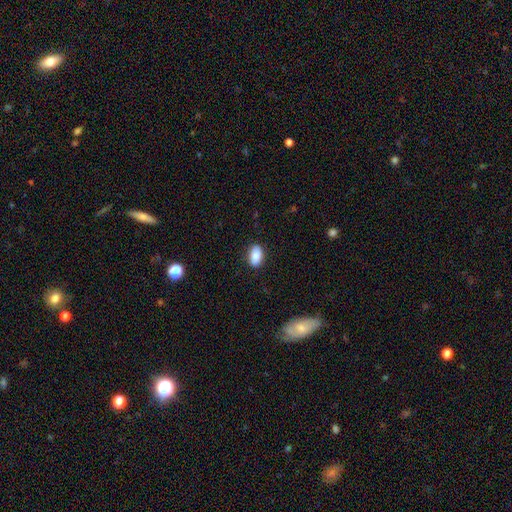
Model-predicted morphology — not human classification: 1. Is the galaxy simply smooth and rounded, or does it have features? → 87% smooth, 7% star or artifact, 6% featured or disk.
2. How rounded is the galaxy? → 91% in between, 6% round, 2% cigar-shaped.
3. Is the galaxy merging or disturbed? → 86% none, 11% minor disturbance, 2% major disturbance, 1% merger.